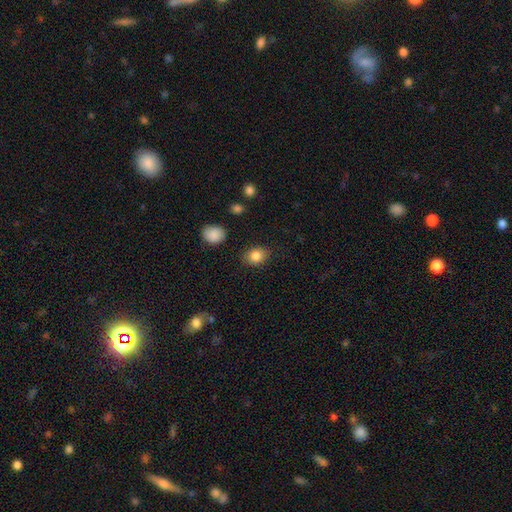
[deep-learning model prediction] The model was most divided on "how rounded": in between: 60%, round: 39%, cigar-shaped: 1%. More confident: merging — none (85%); smooth or featured — smooth (85%).